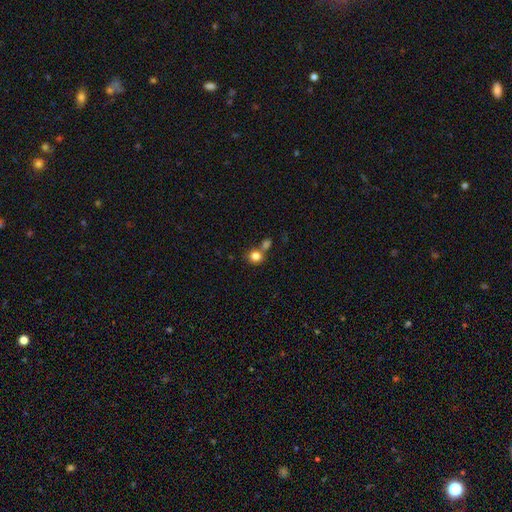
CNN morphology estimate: Smooth or featured: smooth — 82% (star or artifact — 11%)
How rounded: round — 83% (in between — 16%)
Merging: none — 53% (merger — 34%)